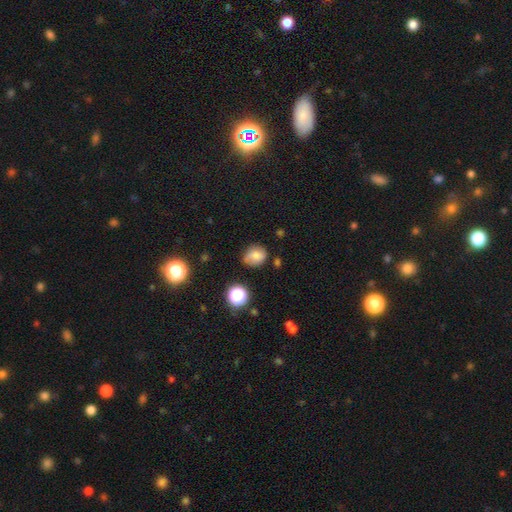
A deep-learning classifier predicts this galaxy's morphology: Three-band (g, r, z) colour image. It shows a smooth galaxy with no disk features (74%) that is round (58%). Merging: none (64%).